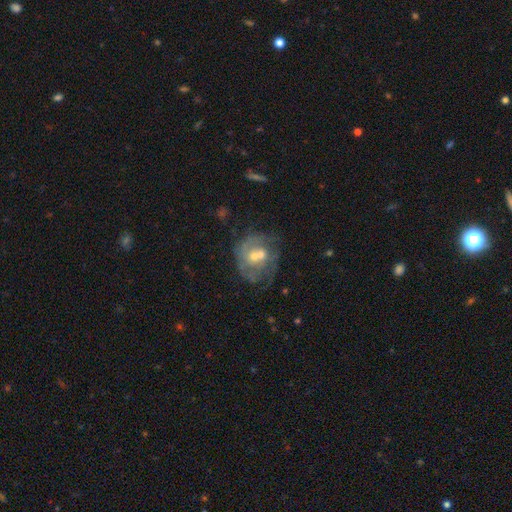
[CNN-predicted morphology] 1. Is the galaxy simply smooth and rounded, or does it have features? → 64% featured or disk, 26% smooth, 9% star or artifact.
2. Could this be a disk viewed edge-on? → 97% no, 3% yes.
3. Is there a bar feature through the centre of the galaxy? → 76% no, 21% weak, 4% strong.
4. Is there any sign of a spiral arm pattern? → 58% yes, 42% no.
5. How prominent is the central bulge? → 56% moderate, 35% small, 4% none, 4% large, 1% dominant.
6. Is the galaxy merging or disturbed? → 44% merger, 31% none, 14% minor disturbance, 11% major disturbance.